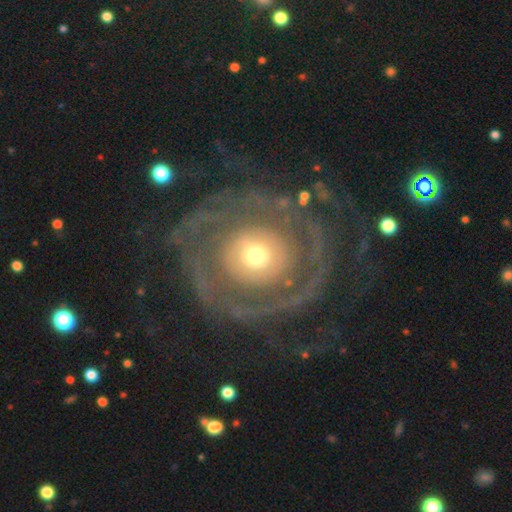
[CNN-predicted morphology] Q: Smooth or featured?
A: featured or disk (79%); runner-up: smooth (15%)
Q: Edge-on disk?
A: no (97%); runner-up: yes (3%)
Q: Bar?
A: no (83%); runner-up: weak (12%)
Q: Spiral arms?
A: yes (73%); runner-up: no (27%)
Q: Spiral winding?
A: tight (65%); runner-up: medium (22%)
Q: Spiral arm count?
A: can't tell (35%); runner-up: 2 (26%)
Q: Bulge size?
A: moderate (53%); runner-up: small (33%)
Q: Merging?
A: none (67%); runner-up: major disturbance (17%)